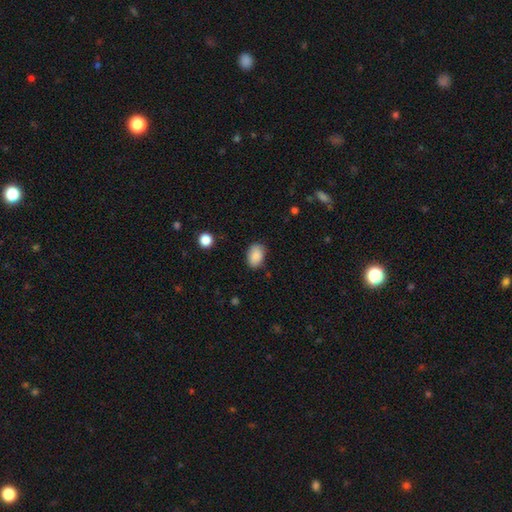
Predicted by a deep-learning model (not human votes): This appears to be a smooth galaxy with no disk features (88%) that is in between round and cigar-shaped (84%). Merging: none (82%).